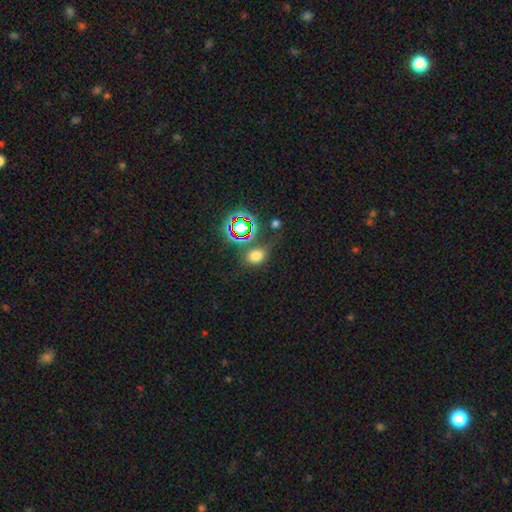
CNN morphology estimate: Q: Smooth or featured?
A: smooth (64%); runner-up: star or artifact (28%)
Q: How rounded?
A: in between (58%); runner-up: round (40%)
Q: Merging?
A: none (64%); runner-up: minor disturbance (17%)